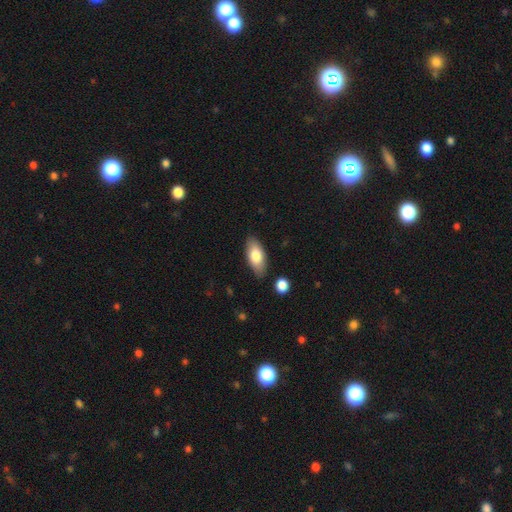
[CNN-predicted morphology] smooth-or-featured: smooth: 77% | featured or disk: 17% | star or artifact: 6%
  how-rounded: in between: 87% | cigar-shaped: 10% | round: 3%
  merging: none: 85% | minor disturbance: 10% | merger: 2% | major disturbance: 2%